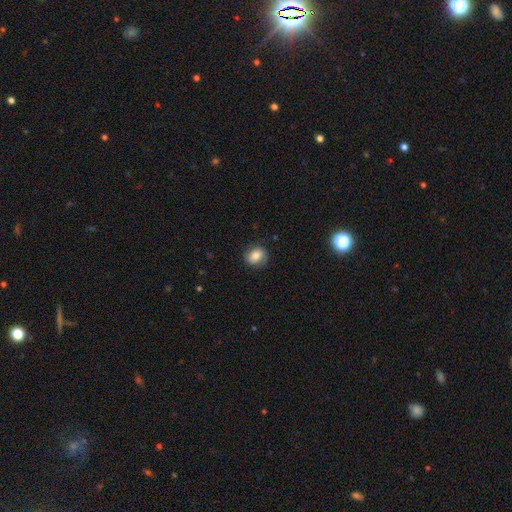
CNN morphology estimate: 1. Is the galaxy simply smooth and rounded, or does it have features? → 77% smooth, 14% featured or disk, 9% star or artifact.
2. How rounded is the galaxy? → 62% round, 37% in between, 1% cigar-shaped.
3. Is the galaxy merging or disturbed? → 82% none, 14% minor disturbance, 4% major disturbance, 1% merger.